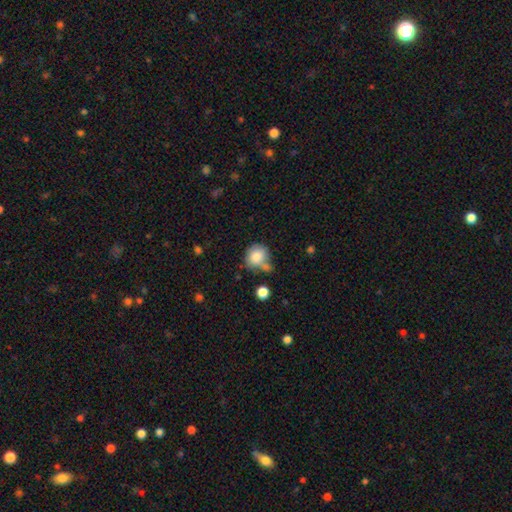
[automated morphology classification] smooth 82%, featured or disk 9%, star or artifact 9%. Down the decision tree: how rounded — round (73%); merging — none (50%).